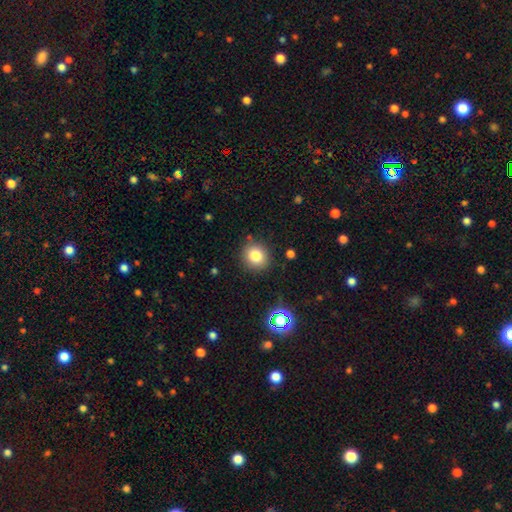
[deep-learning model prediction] Q: Smooth or featured?
A: smooth (81%); runner-up: star or artifact (12%)
Q: How rounded?
A: round (83%); runner-up: in between (16%)
Q: Merging?
A: none (87%); runner-up: minor disturbance (8%)